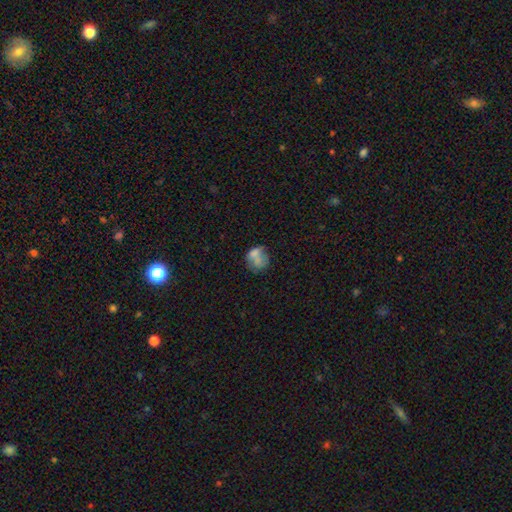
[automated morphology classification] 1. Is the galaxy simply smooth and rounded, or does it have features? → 59% smooth, 30% featured or disk, 11% star or artifact.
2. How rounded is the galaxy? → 61% round, 38% in between, 1% cigar-shaped.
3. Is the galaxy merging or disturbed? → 40% none, 22% merger, 21% minor disturbance, 17% major disturbance.